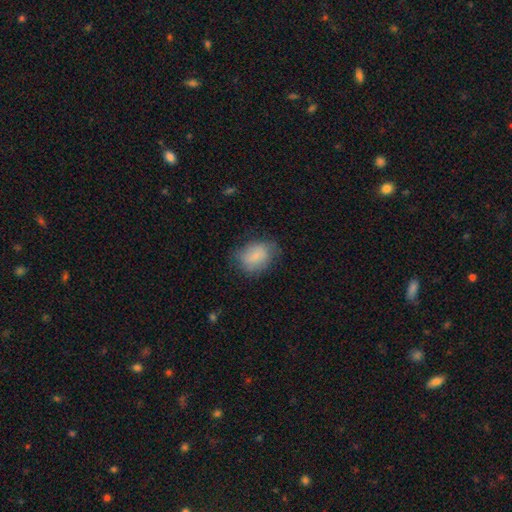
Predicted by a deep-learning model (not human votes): This is likely a smooth galaxy (79%). How rounded: likely in between (62%). Merging: likely none (66%).